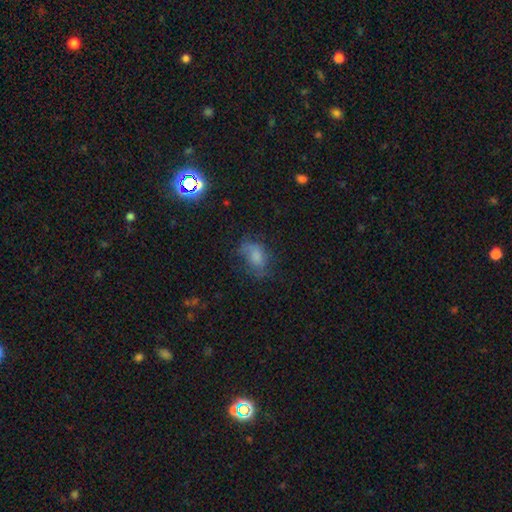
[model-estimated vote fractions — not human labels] Q: Smooth or featured?
A: smooth (64%); runner-up: featured or disk (21%)
Q: How rounded?
A: in between (84%); runner-up: round (14%)
Q: Merging?
A: none (42%); runner-up: minor disturbance (30%)